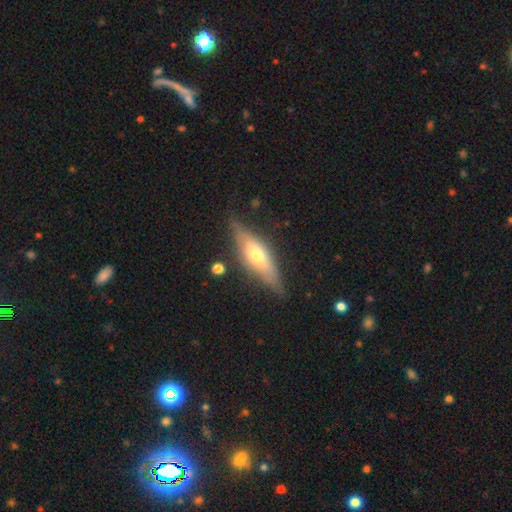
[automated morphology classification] featured or disk 57%, smooth 37%, star or artifact 6%. Down the decision tree: edge-on disk — yes (81%); merging — none (75%).